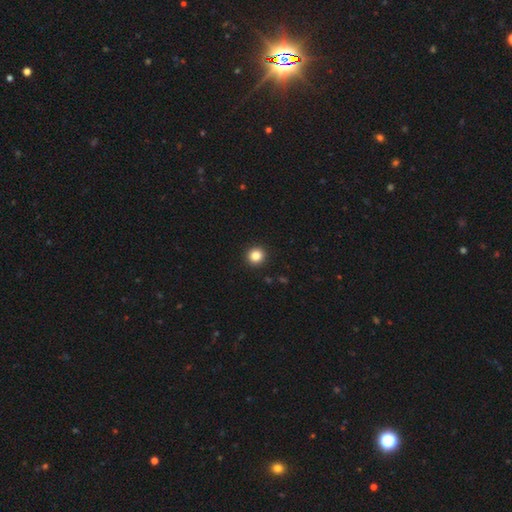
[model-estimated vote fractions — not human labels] This is clearly a smooth galaxy (84%). How rounded: clearly round (94%). Merging: clearly none (93%).